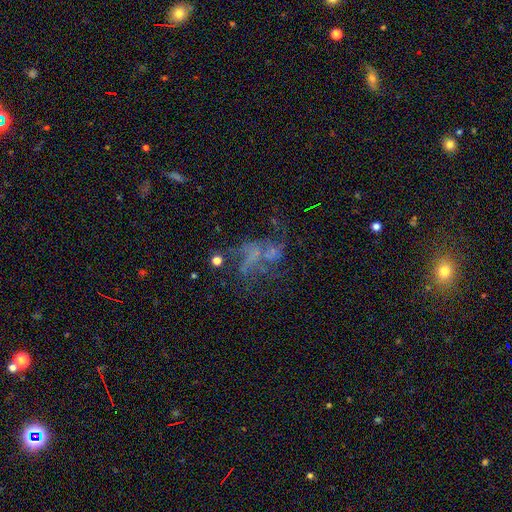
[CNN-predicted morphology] Q: Smooth or featured?
A: featured or disk (54%); runner-up: star or artifact (29%)
Q: Edge-on disk?
A: no (97%); runner-up: yes (3%)
Q: Bar?
A: no (82%); runner-up: weak (13%)
Q: Spiral arms?
A: no (69%); runner-up: yes (31%)
Q: Bulge size?
A: none (78%); runner-up: small (12%)
Q: Merging?
A: major disturbance (38%); runner-up: none (37%)